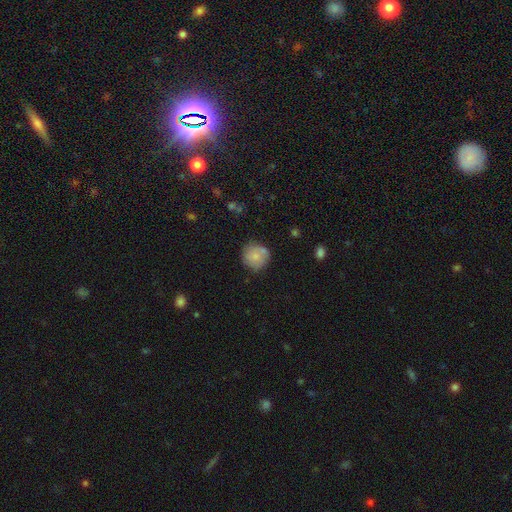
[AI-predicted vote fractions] A smooth galaxy with no disk features (74%) that is round (89%).

Vote fractions:
- Smooth or featured? smooth: 74% / featured or disk: 18% / star or artifact: 8%
- How rounded? round: 89% / in between: 10% / cigar-shaped: 1%
- Merging? none: 68% / minor disturbance: 21% / merger: 6% / major disturbance: 5%